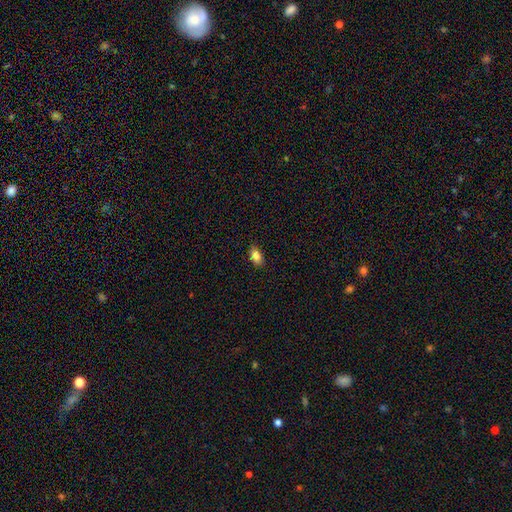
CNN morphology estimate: type=smooth (83%); roundness=in between (85%); merging=none (84%).